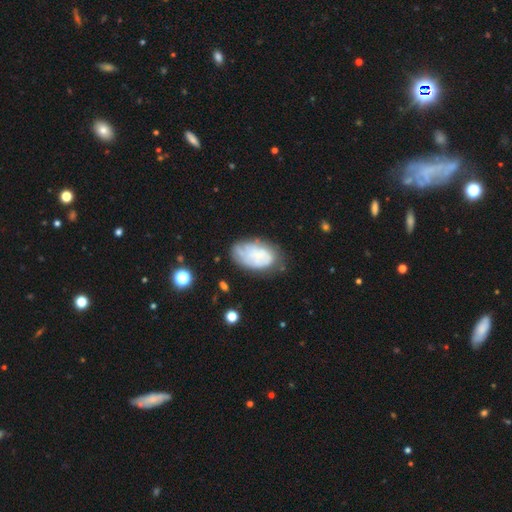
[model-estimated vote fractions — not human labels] Smooth or featured? featured or disk (54%)
Edge-on disk? no (96%)
Bar? no (81%)
Spiral arms? yes (61%)
Bulge size? small (69%)
Merging? none (53%)